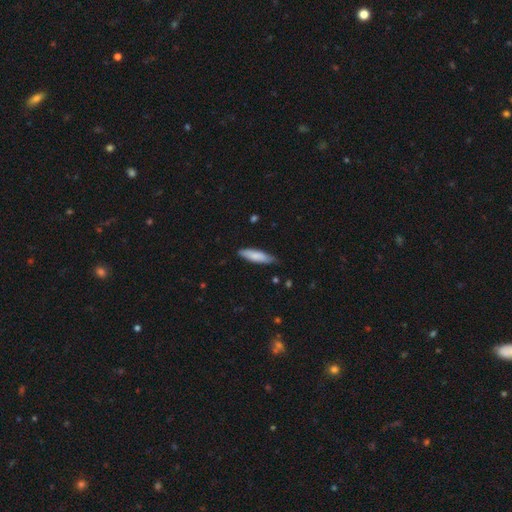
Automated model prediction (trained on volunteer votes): This is likely a smooth galaxy (80%). How rounded: likely cigar-shaped (67%). Merging: likely none (78%).